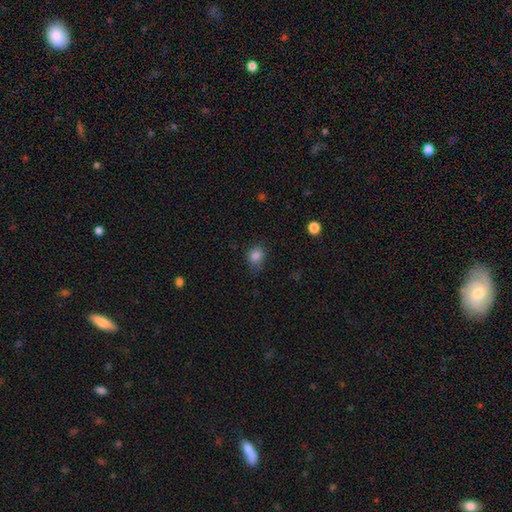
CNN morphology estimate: This is clearly a smooth galaxy (84%). How rounded: possibly round (59%). Merging: likely none (73%).